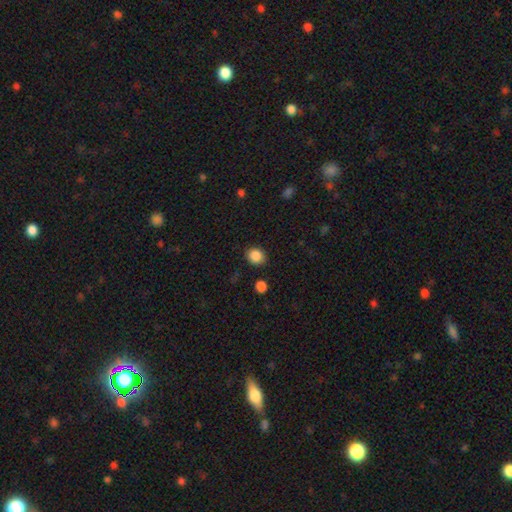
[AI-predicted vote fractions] Overall: smooth (87%). How rounded: round (69%; in between 30%). Merging: none (87%).